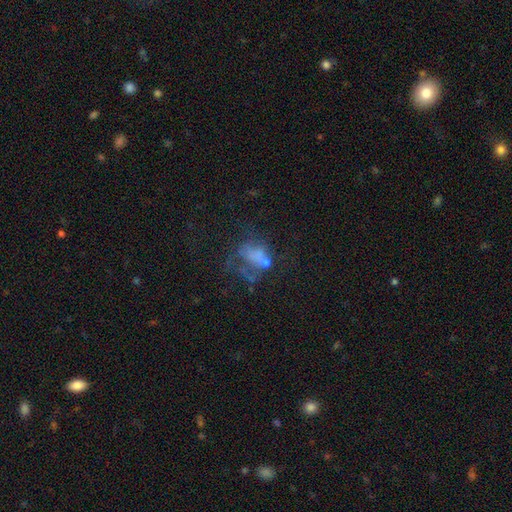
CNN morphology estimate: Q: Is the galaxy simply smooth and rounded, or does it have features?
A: featured or disk — 44%.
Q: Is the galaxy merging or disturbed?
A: major disturbance — 42%.